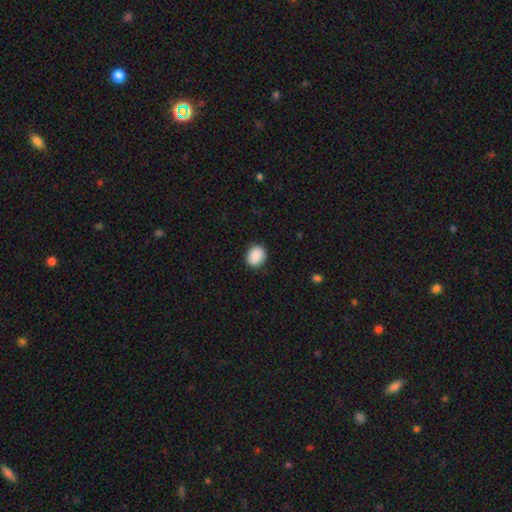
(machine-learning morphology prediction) smooth 89%, star or artifact 7%, featured or disk 4%. Down the decision tree: how rounded — round (64%); merging — none (88%).